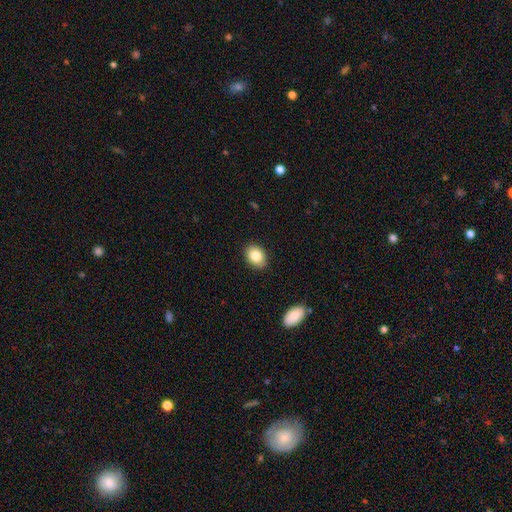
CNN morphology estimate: Q: Smooth or featured?
A: smooth (84%); runner-up: star or artifact (8%)
Q: How rounded?
A: in between (70%); runner-up: round (29%)
Q: Merging?
A: none (87%); runner-up: minor disturbance (9%)